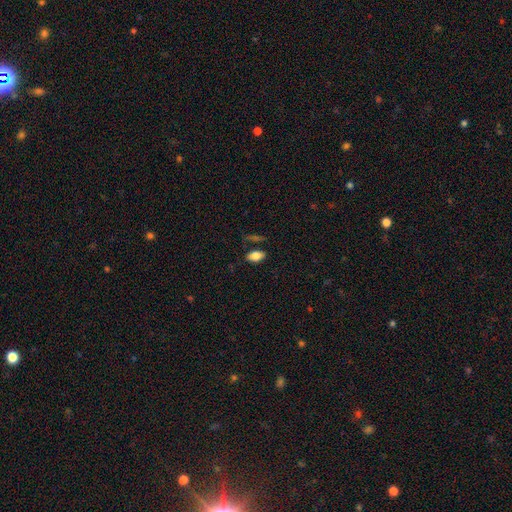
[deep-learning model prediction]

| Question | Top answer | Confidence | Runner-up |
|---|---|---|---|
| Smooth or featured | smooth | 81% | featured or disk (11%) |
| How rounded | in between | 91% | round (6%) |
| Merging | none | 80% | minor disturbance (12%) |